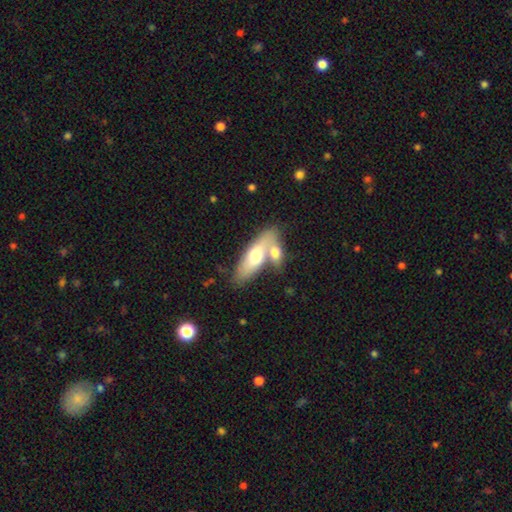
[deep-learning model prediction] Q: Smooth or featured?
A: smooth (61%); runner-up: featured or disk (33%)
Q: How rounded?
A: in between (60%); runner-up: cigar-shaped (38%)
Q: Merging?
A: merger (44%); runner-up: none (42%)